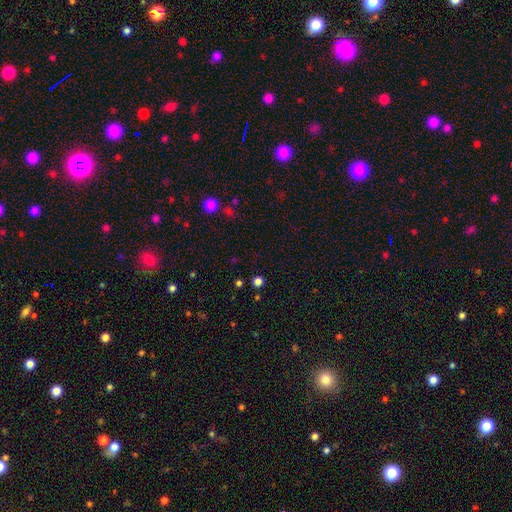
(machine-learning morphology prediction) This is possibly a smooth galaxy (53%). How rounded: clearly round (87%). Merging: clearly none (85%).